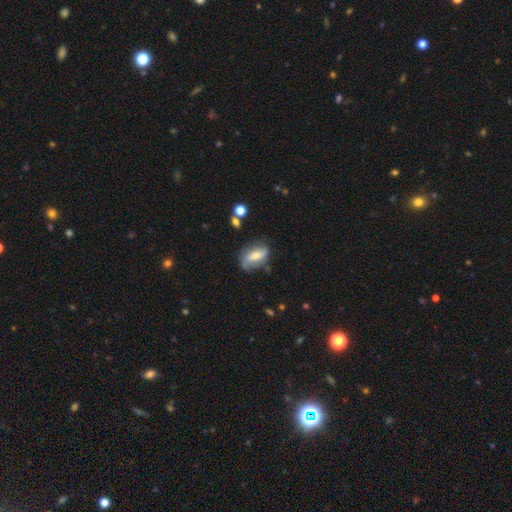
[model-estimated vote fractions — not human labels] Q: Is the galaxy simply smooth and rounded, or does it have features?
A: featured or disk — 53%.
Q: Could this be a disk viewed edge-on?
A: no — 91%.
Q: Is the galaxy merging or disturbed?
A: none — 57%.